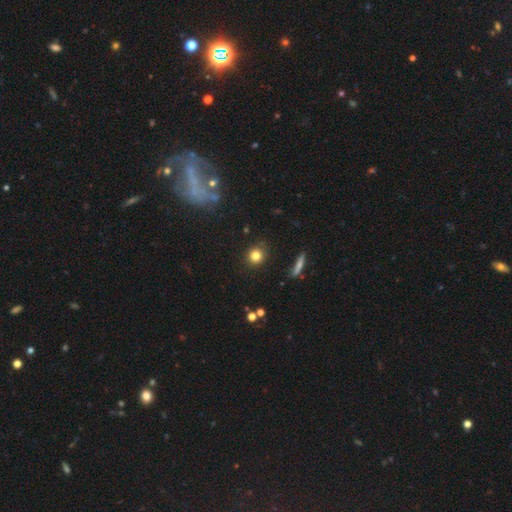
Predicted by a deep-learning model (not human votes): Smooth or featured?
  - smooth: 80% *
  - star or artifact: 12%
  - featured or disk: 7%
How rounded?
  - round: 87% *
  - in between: 12%
  - cigar-shaped: 2%
Merging?
  - none: 87% *
  - minor disturbance: 9%
  - major disturbance: 3%
  - merger: 2%